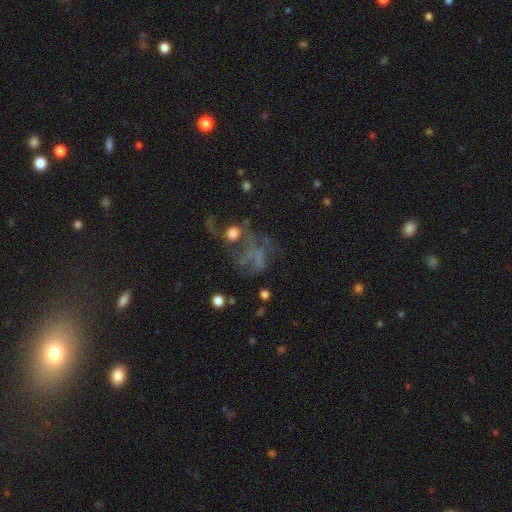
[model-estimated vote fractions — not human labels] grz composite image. It shows a featured or disk galaxy (46%). Merging: major disturbance (44%).